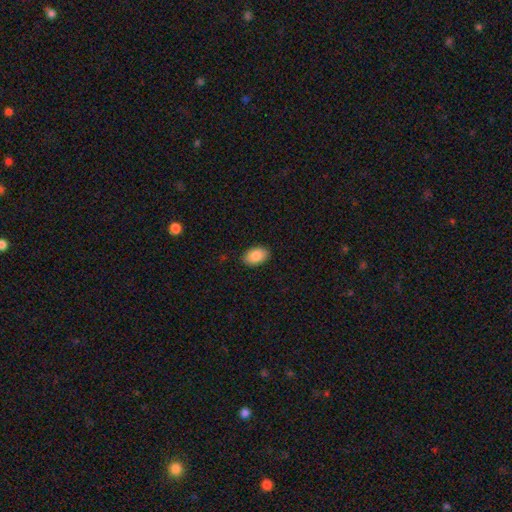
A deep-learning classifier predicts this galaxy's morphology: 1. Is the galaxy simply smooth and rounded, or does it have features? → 89% smooth, 7% star or artifact, 4% featured or disk.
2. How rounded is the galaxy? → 92% in between, 7% round, 1% cigar-shaped.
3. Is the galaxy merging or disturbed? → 89% none, 8% minor disturbance, 2% major disturbance, 1% merger.